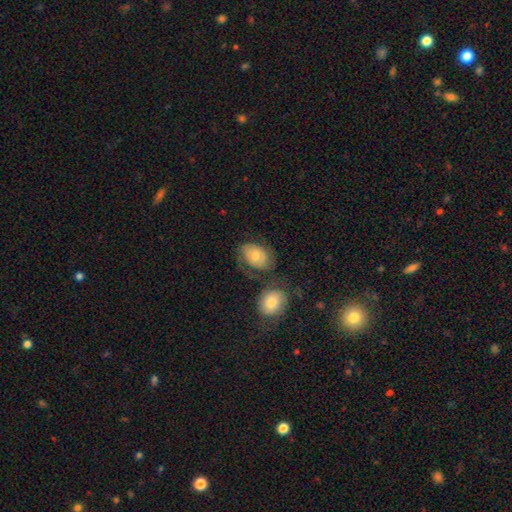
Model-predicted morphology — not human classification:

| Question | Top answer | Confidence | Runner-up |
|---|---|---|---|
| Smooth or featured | smooth | 61% | featured or disk (31%) |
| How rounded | in between | 74% | round (24%) |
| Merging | none | 53% | minor disturbance (20%) |